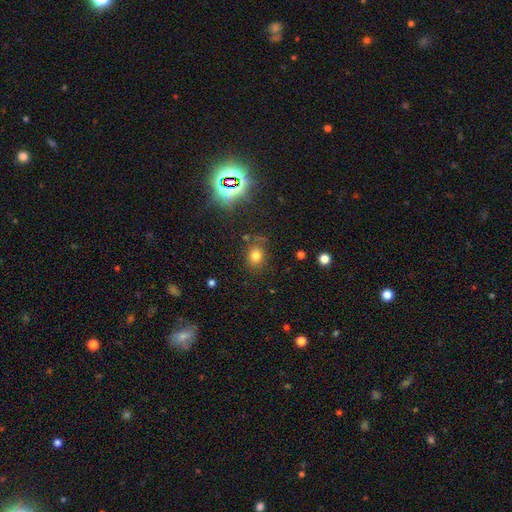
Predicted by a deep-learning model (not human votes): Morphology: type=smooth (73%); roundness=round (66%); merging=none (75%).